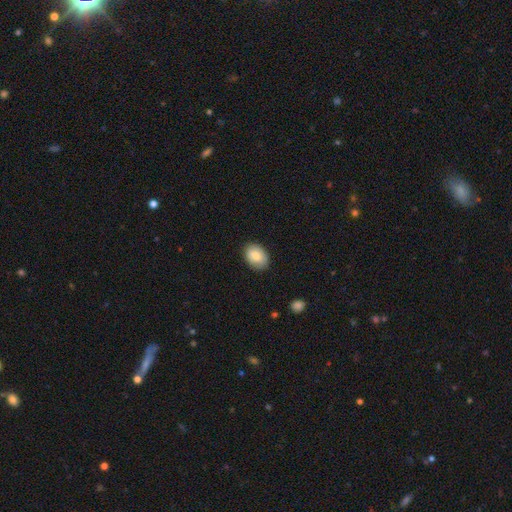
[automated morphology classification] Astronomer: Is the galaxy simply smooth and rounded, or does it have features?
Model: smooth — 83%.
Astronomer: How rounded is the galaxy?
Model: in between — 83%.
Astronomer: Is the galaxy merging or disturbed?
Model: none — 85%.